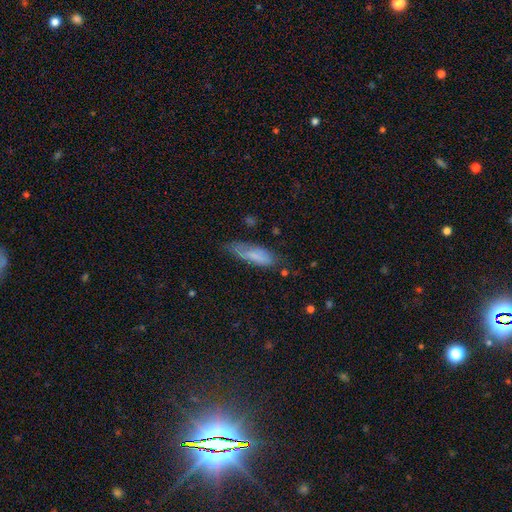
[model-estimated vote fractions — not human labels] This is likely a smooth galaxy (67%). How rounded: possibly cigar-shaped (53%). Merging: possibly none (59%).